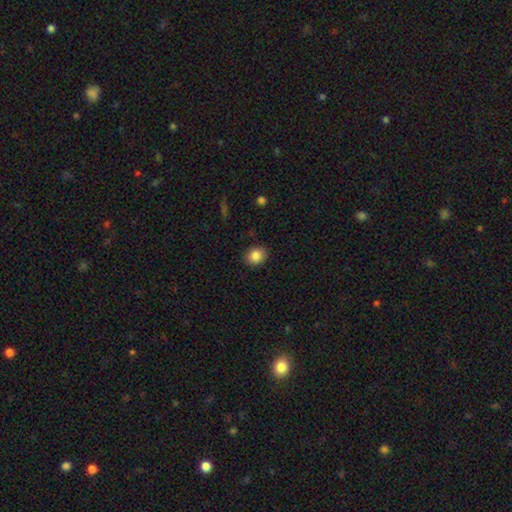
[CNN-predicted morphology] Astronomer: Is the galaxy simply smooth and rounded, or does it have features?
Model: smooth — 85%.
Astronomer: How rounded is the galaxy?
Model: round — 56% (runner-up: in between, 43%).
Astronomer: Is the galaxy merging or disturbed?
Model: none — 88%.